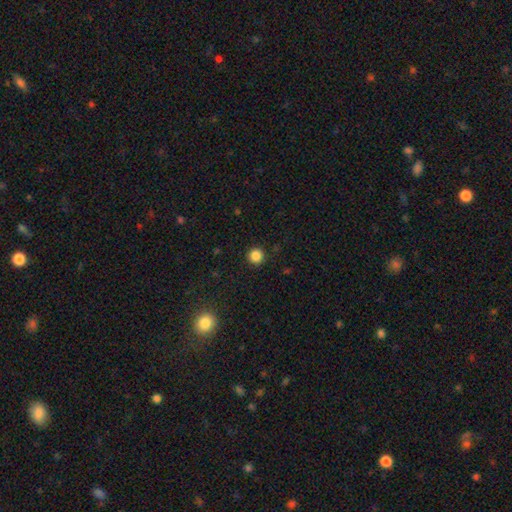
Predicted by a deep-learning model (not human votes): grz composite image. It shows a smooth galaxy with no disk features (85%) that is round (95%). Merging: none (92%).